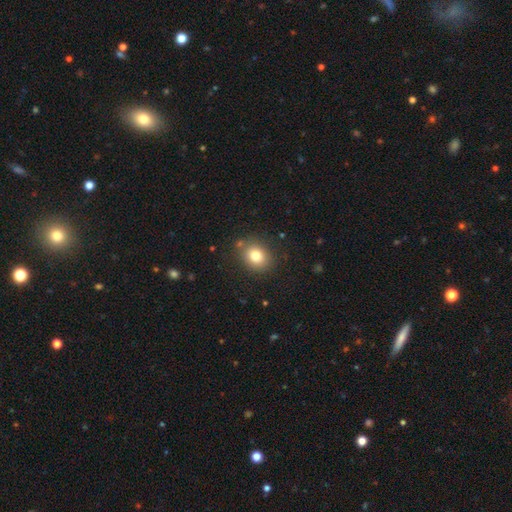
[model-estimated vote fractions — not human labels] Morphology: type=smooth (78%); roundness=round (58%); merging=none (83%).